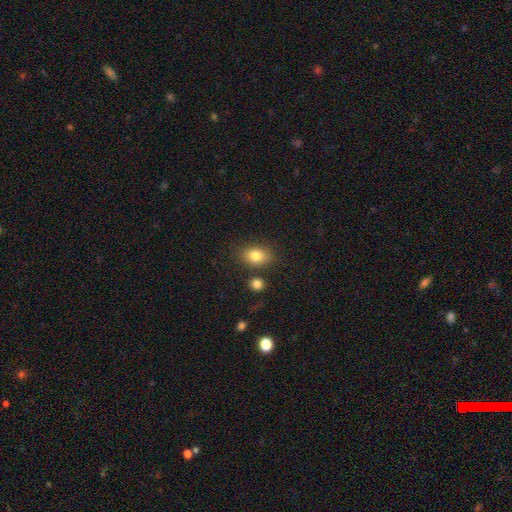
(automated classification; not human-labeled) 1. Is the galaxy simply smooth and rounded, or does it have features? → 82% smooth, 9% star or artifact, 9% featured or disk.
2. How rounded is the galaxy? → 75% in between, 23% round, 2% cigar-shaped.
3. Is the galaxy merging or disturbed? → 77% none, 12% minor disturbance, 7% merger, 3% major disturbance.